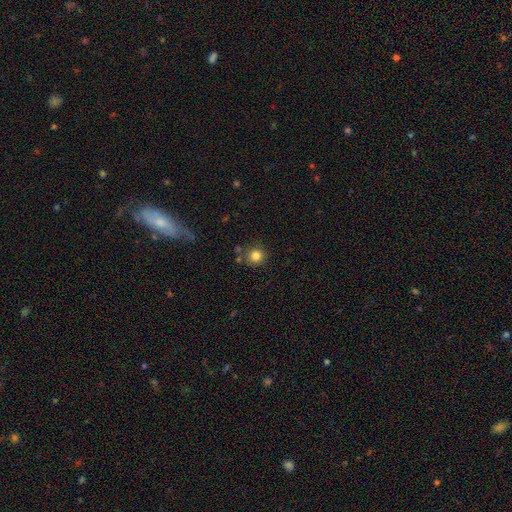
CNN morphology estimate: Smooth or featured? Predicted: smooth (p=0.82). How rounded? Predicted: round (p=0.93). Merging? Predicted: none (p=0.82).